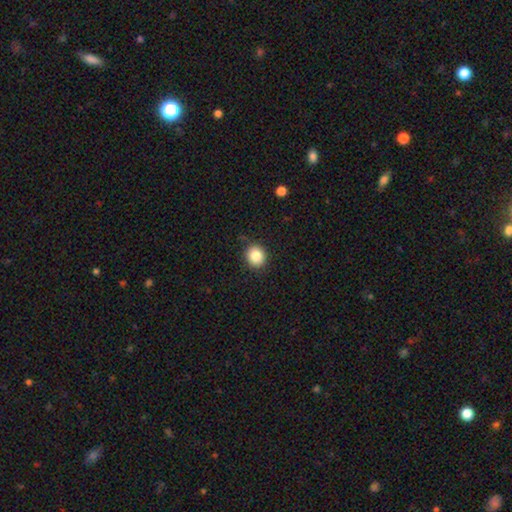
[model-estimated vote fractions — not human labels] Q: Smooth or featured?
A: smooth (85%); runner-up: star or artifact (10%)
Q: How rounded?
A: round (77%); runner-up: in between (22%)
Q: Merging?
A: none (88%); runner-up: minor disturbance (8%)